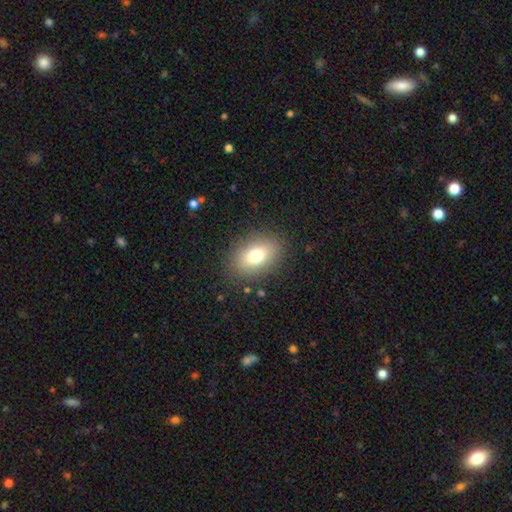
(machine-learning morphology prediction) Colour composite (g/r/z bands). It shows a smooth galaxy with no disk features (75%) that is in between round and cigar-shaped (78%). Merging: none (85%).